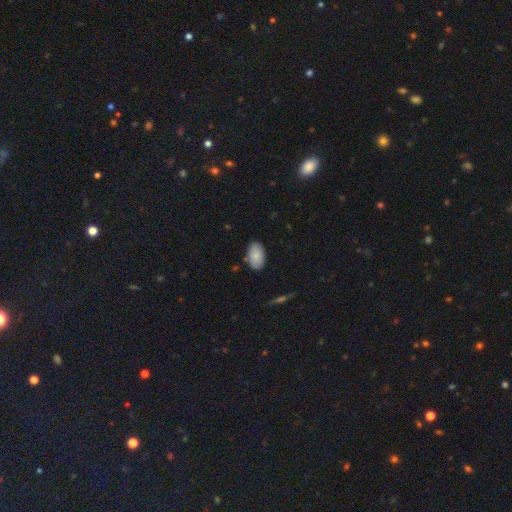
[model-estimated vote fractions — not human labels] Overall: smooth (84%). How rounded: in between (94%). Merging: none (81%).